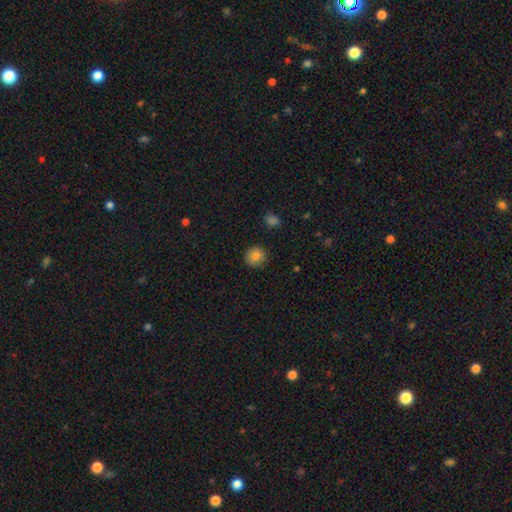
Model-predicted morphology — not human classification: Smooth or featured: smooth — 84% (star or artifact — 9%)
How rounded: round — 90% (in between — 9%)
Merging: none — 86% (minor disturbance — 10%)